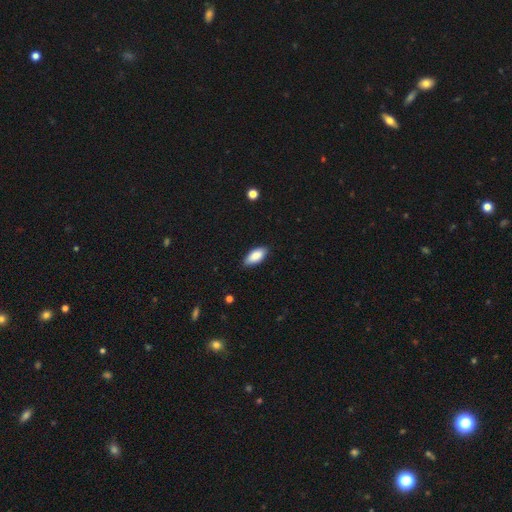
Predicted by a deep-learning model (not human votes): Smooth or featured? smooth (87%)
How rounded? in between (89%)
Merging? none (85%)